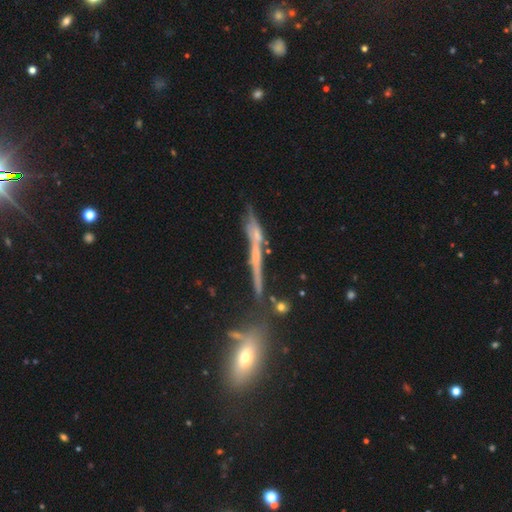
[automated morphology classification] Smooth or featured? featured or disk (60%)
Edge-on disk? yes (88%)
Edge-on bulge? none (71%)
Merging? none (59%)